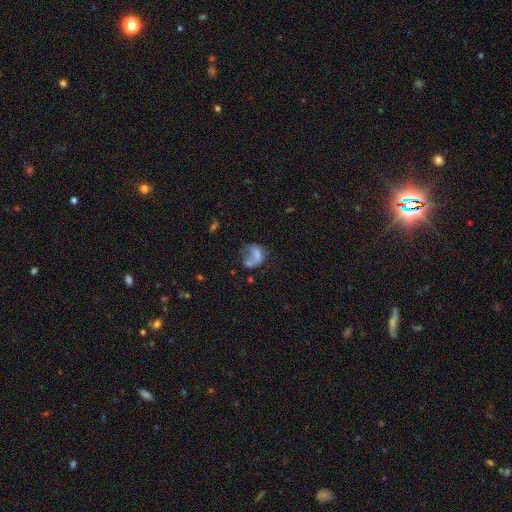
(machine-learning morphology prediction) Smooth or featured: smooth — 53% (featured or disk — 35%)
How rounded: in between — 54% (round — 44%)
Merging: major disturbance — 38% (none — 26%)